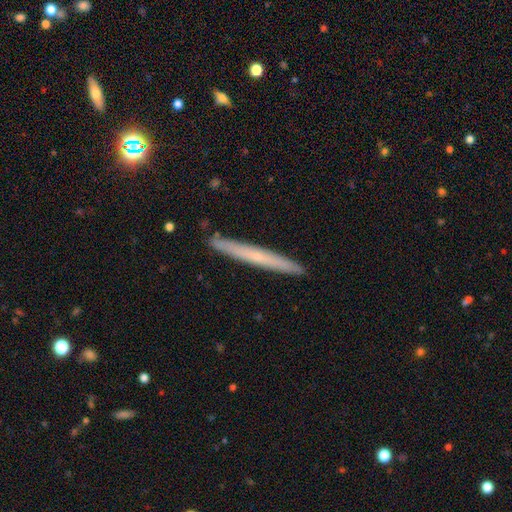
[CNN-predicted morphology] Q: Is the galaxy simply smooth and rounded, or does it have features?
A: smooth — 47%, tied with featured or disk.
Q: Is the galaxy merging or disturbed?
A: none — 91%.